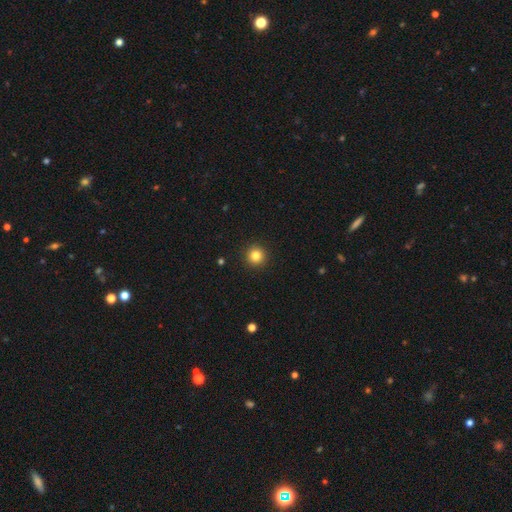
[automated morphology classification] smooth 83%, star or artifact 12%, featured or disk 5%. Down the decision tree: how rounded — round (96%); merging — none (93%).